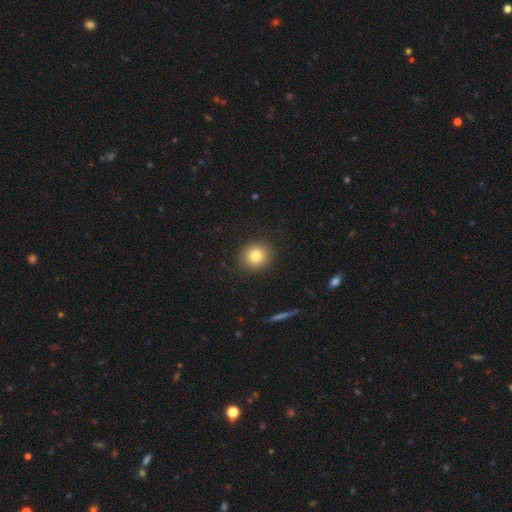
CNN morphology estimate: A smooth galaxy with no disk features (81%) that is round (86%).

Vote fractions:
- Smooth or featured? smooth: 81% / star or artifact: 11% / featured or disk: 8%
- How rounded? round: 86% / in between: 13% / cigar-shaped: 1%
- Merging? none: 90% / minor disturbance: 7% / major disturbance: 2% / merger: 1%